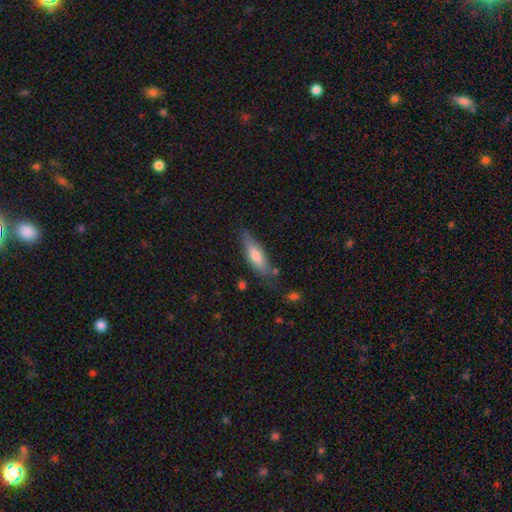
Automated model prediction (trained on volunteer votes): Smooth or featured?
  - smooth: 67% *
  - featured or disk: 27%
  - star or artifact: 6%
How rounded?
  - cigar-shaped: 57% *
  - in between: 41%
  - round: 2%
Merging?
  - none: 69% *
  - minor disturbance: 21%
  - major disturbance: 5%
  - merger: 4%